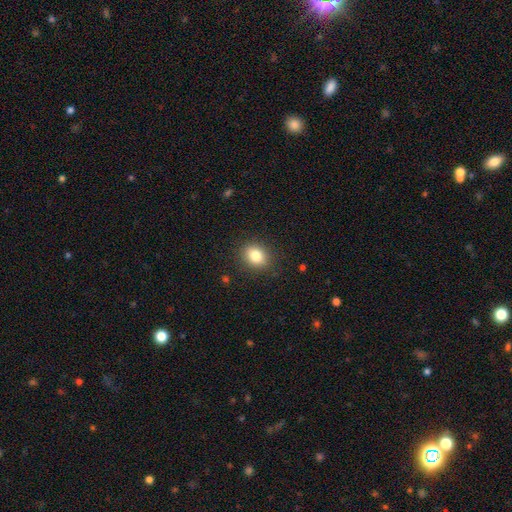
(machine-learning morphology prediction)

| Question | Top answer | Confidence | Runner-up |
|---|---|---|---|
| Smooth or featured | smooth | 83% | star or artifact (10%) |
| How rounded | round | 56% | in between (43%) |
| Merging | none | 88% | minor disturbance (8%) |